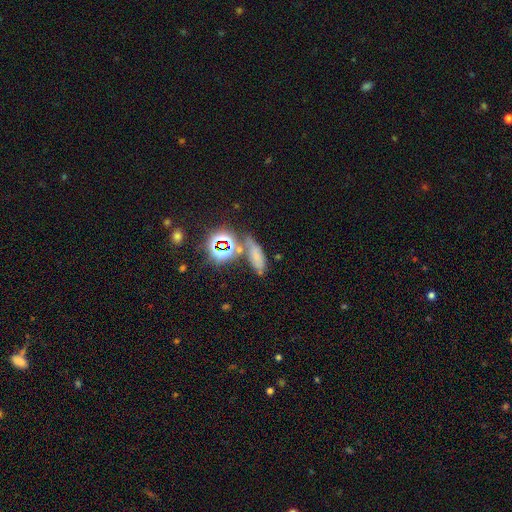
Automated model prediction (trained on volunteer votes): Smooth or featured? smooth (56%)
How rounded? in between (55%)
Merging? none (56%)